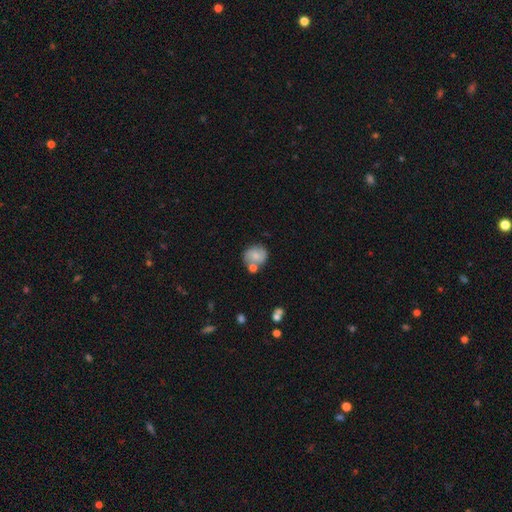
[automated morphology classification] Smooth or featured? Predicted: smooth (p=0.60). How rounded? Predicted: round (p=0.78). Merging? Predicted: none (p=0.58).